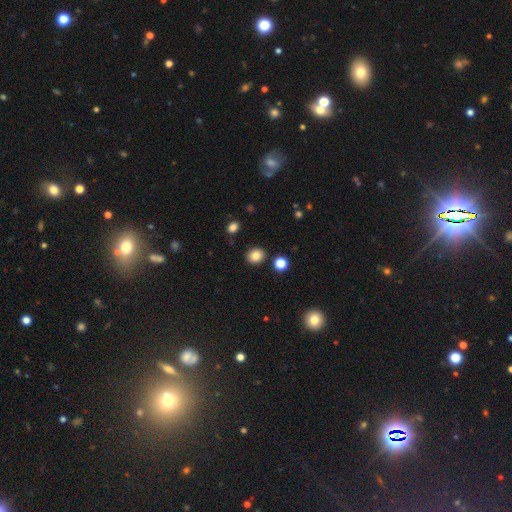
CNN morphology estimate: Q: Smooth or featured?
A: smooth (84%); runner-up: star or artifact (11%)
Q: How rounded?
A: round (70%); runner-up: in between (29%)
Q: Merging?
A: none (88%); runner-up: minor disturbance (7%)